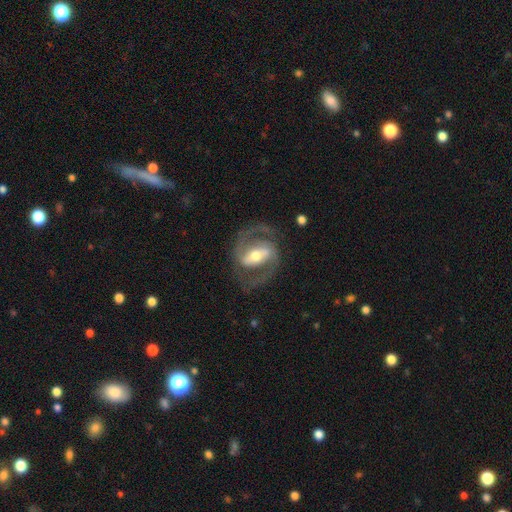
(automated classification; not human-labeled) Smooth or featured? Predicted: featured or disk (p=0.89). Edge-on disk? Predicted: no (p=0.97). Bar? Predicted: strong (p=0.58). Spiral arms? Predicted: yes (p=0.94). Spiral winding? Predicted: medium (p=0.59). Spiral arm count? Predicted: 2 (p=0.92). Bulge size? Predicted: moderate (p=0.64). Merging? Predicted: none (p=0.77).